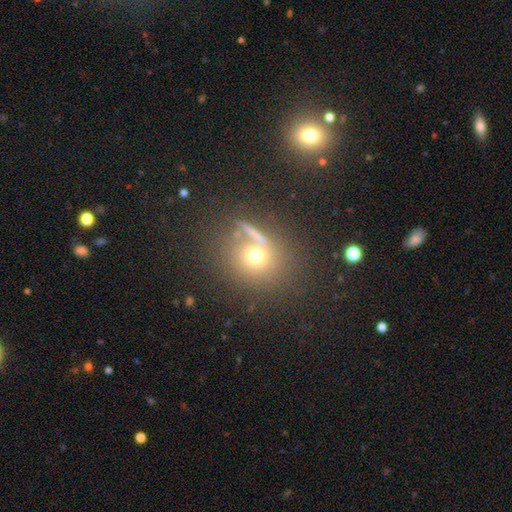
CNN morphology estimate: This is likely a smooth galaxy (66%). How rounded: clearly round (81%). Merging: likely none (67%).